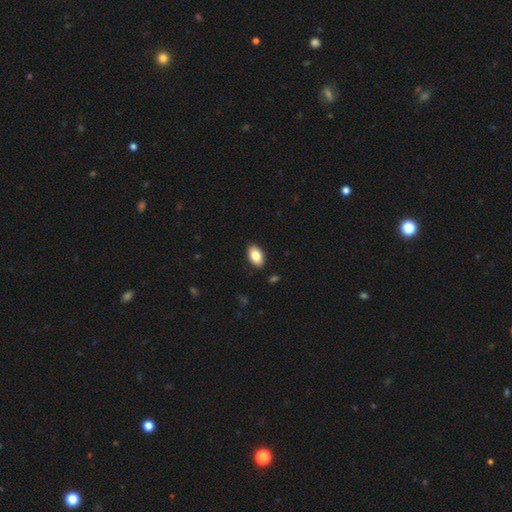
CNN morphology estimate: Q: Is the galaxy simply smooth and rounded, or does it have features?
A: smooth — 84%.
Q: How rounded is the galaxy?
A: in between — 93%.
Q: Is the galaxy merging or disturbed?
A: none — 89%.